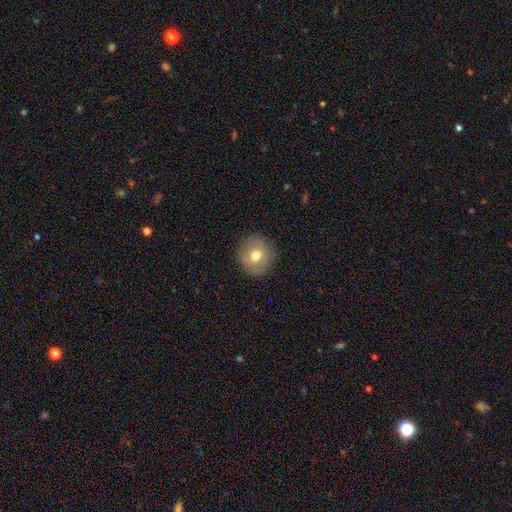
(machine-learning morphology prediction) A smooth galaxy with no disk features (68%) that is round (93%).

Vote fractions:
- Smooth or featured? smooth: 68% / featured or disk: 22% / star or artifact: 9%
- How rounded? round: 93% / in between: 6% / cigar-shaped: 1%
- Merging? none: 89% / minor disturbance: 8% / major disturbance: 2% / merger: 1%